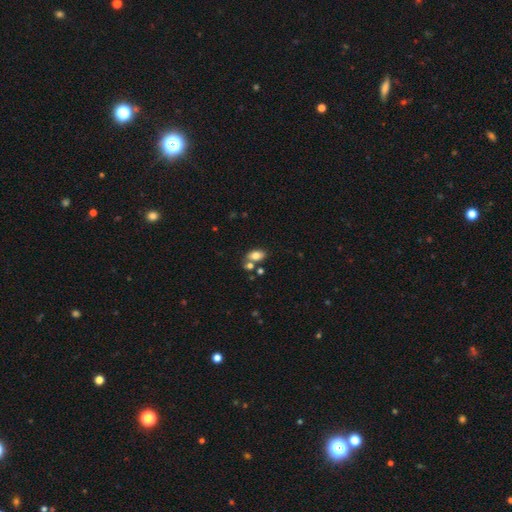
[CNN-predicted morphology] smooth 79%, featured or disk 12%, star or artifact 9%. Down the decision tree: how rounded — in between (89%); merging — none (60%).